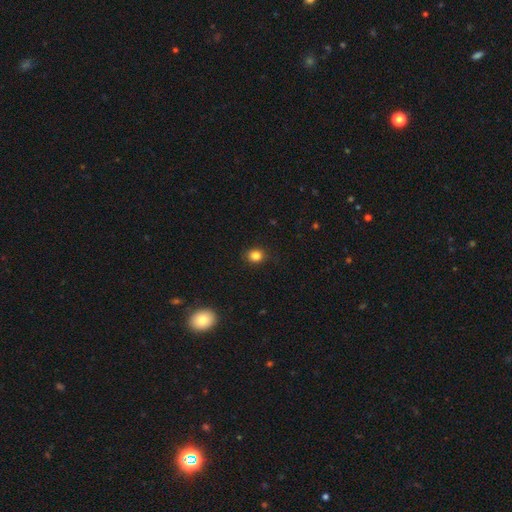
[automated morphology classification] The model was most divided on "how rounded": round: 71%, in between: 28%, cigar-shaped: 1%. More confident: merging — none (88%); smooth or featured — smooth (84%).